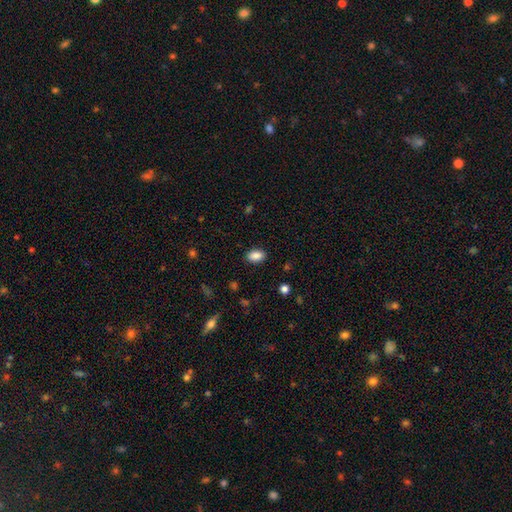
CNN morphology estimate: This is clearly a smooth galaxy (88%). How rounded: clearly in between (90%). Merging: clearly none (87%).